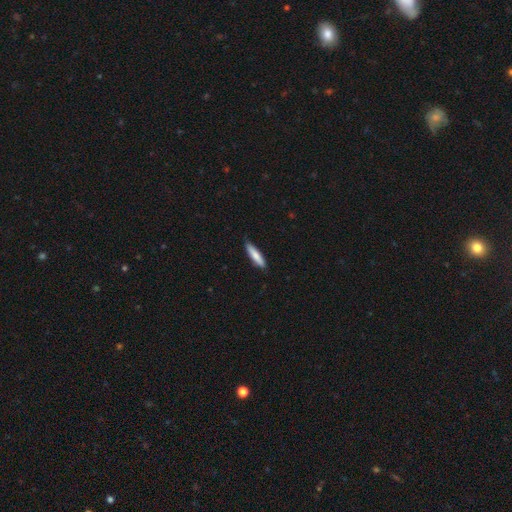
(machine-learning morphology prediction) A smooth galaxy with no disk features (79%) that is cigar-shaped (81%).

Vote fractions:
- Smooth or featured? smooth: 79% / featured or disk: 16% / star or artifact: 5%
- How rounded? cigar-shaped: 81% / in between: 18% / round: 1%
- Merging? none: 86% / minor disturbance: 11% / major disturbance: 2% / merger: 1%